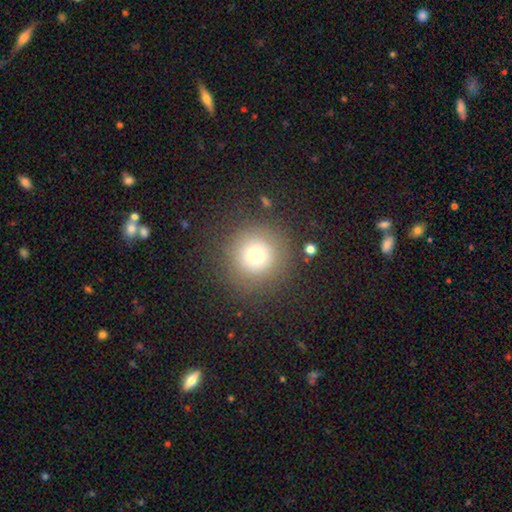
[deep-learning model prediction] The model was most divided on "smooth or featured": smooth: 72%, star or artifact: 15%, featured or disk: 13%. More confident: how rounded — round (96%); merging — none (85%).